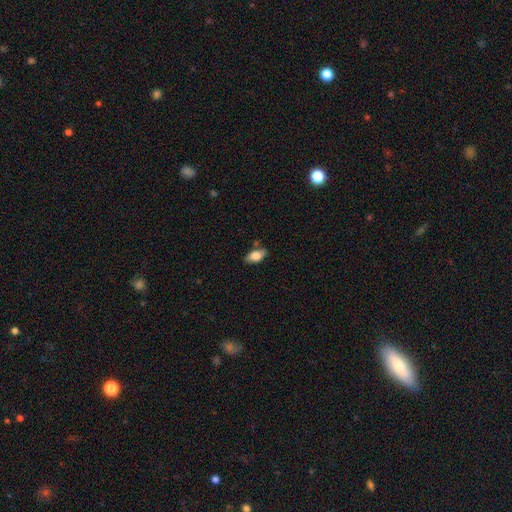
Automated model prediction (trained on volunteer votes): A smooth galaxy with no disk features (74%) that is in between round and cigar-shaped (88%).

Vote fractions:
- Smooth or featured? smooth: 74% / featured or disk: 19% / star or artifact: 7%
- How rounded? in between: 88% / cigar-shaped: 8% / round: 4%
- Merging? none: 78% / minor disturbance: 16% / merger: 4% / major disturbance: 3%